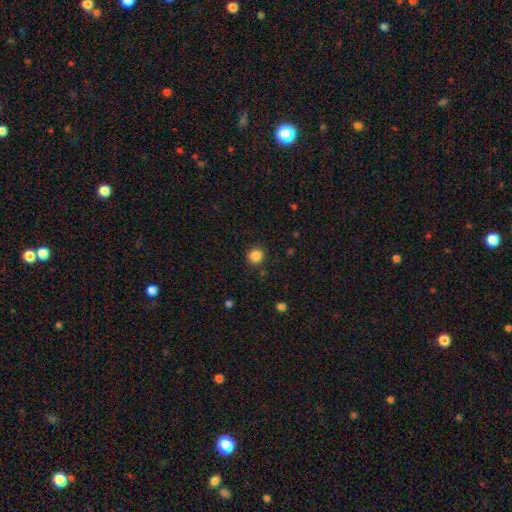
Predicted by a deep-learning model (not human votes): Morphology: type=smooth (87%); roundness=round (88%); merging=none (88%).